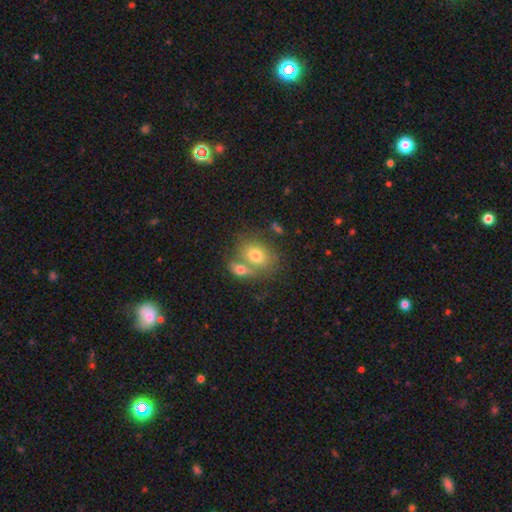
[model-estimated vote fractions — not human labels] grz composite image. It shows a smooth galaxy with no disk features (73%) that is in between round and cigar-shaped (63%). Merging: merger (46%).